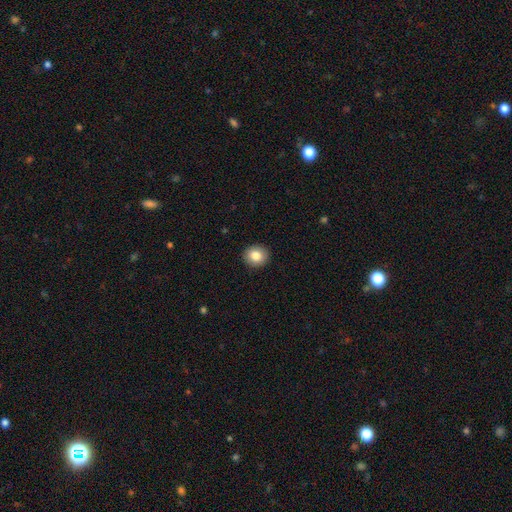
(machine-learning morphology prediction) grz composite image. It shows a smooth galaxy with no disk features (84%) that is round (83%). Merging: none (92%).